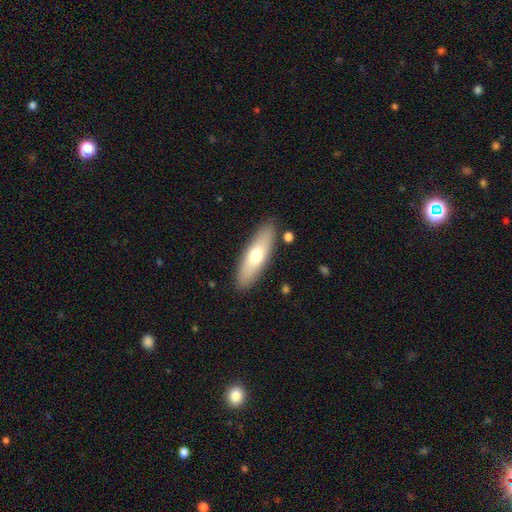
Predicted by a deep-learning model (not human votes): This is likely a smooth galaxy (64%). How rounded: possibly cigar-shaped (49%, tied with in between). Merging: clearly none (87%).